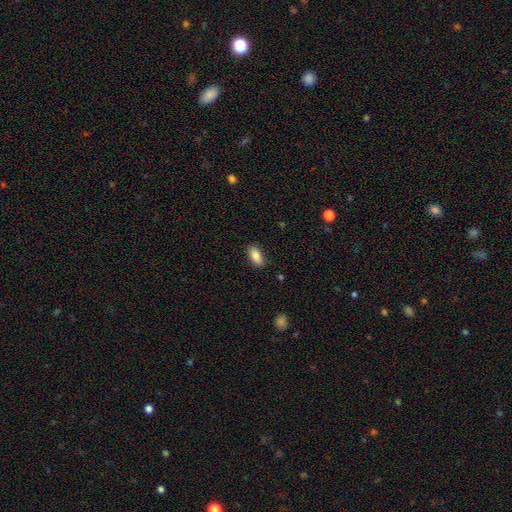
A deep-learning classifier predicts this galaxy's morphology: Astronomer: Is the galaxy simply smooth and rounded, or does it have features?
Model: smooth — 84%.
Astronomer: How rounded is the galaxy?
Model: in between — 88%.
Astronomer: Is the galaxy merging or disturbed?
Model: none — 87%.